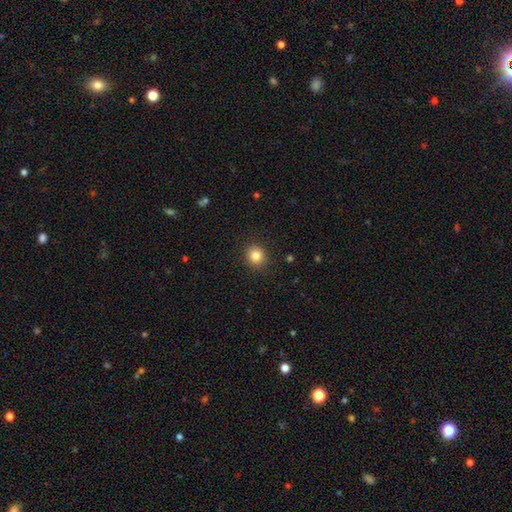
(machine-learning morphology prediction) This is clearly a smooth galaxy (84%). How rounded: clearly round (84%). Merging: clearly none (90%).